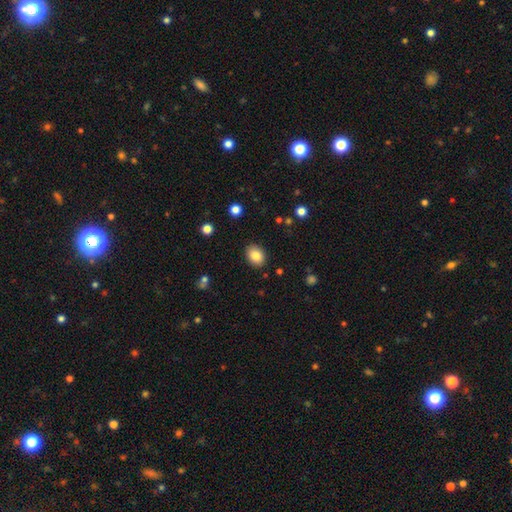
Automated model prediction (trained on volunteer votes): Smooth or featured?
  - smooth: 84% *
  - star or artifact: 8%
  - featured or disk: 8%
How rounded?
  - in between: 67% *
  - round: 32%
  - cigar-shaped: 1%
Merging?
  - none: 88% *
  - minor disturbance: 9%
  - major disturbance: 2%
  - merger: 1%